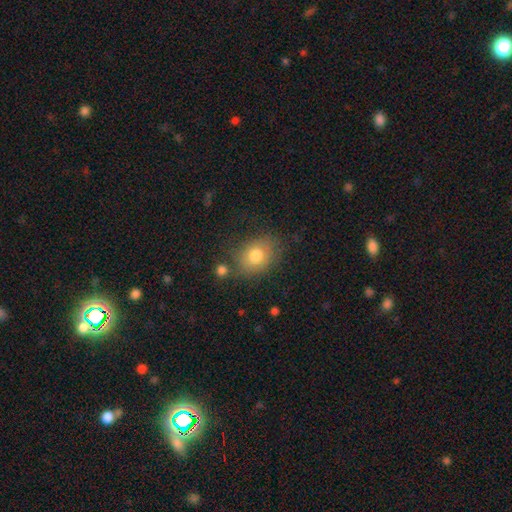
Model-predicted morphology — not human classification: Q: Smooth or featured?
A: smooth (77%); runner-up: featured or disk (13%)
Q: How rounded?
A: in between (57%); runner-up: round (42%)
Q: Merging?
A: none (70%); runner-up: minor disturbance (18%)